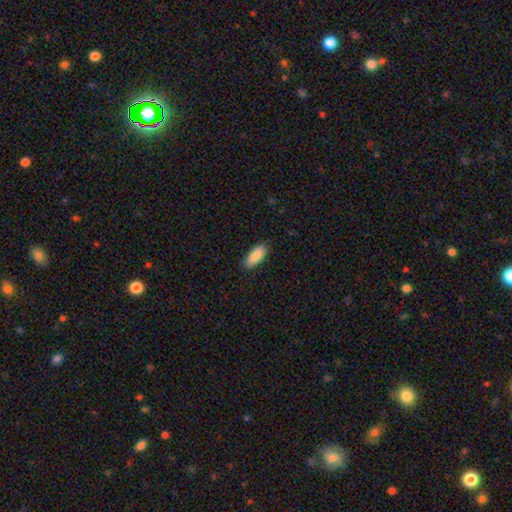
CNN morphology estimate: A smooth galaxy with no disk features (89%) that is in between round and cigar-shaped (80%). Merging: none (88%).